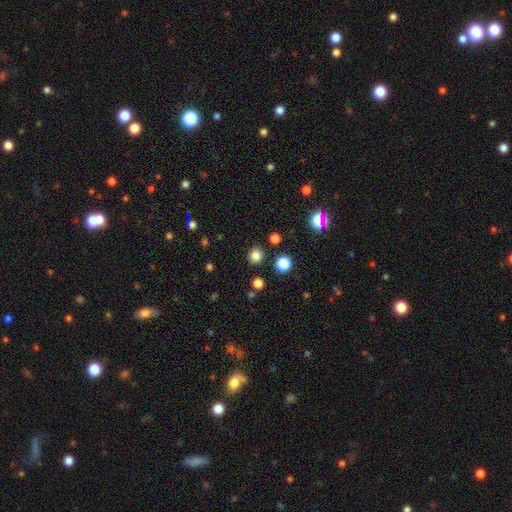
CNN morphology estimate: Q: Smooth or featured?
A: smooth (81%); runner-up: star or artifact (15%)
Q: How rounded?
A: round (86%); runner-up: in between (13%)
Q: Merging?
A: none (88%); runner-up: minor disturbance (7%)